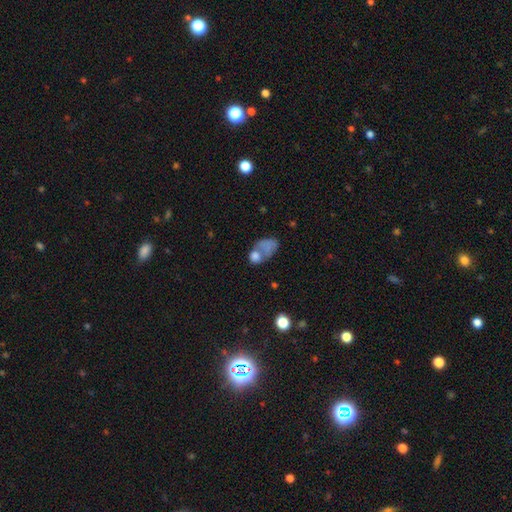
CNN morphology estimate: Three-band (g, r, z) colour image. It shows a smooth galaxy with no disk features (68%) that is in between round and cigar-shaped (75%). Merging: merger (47%).